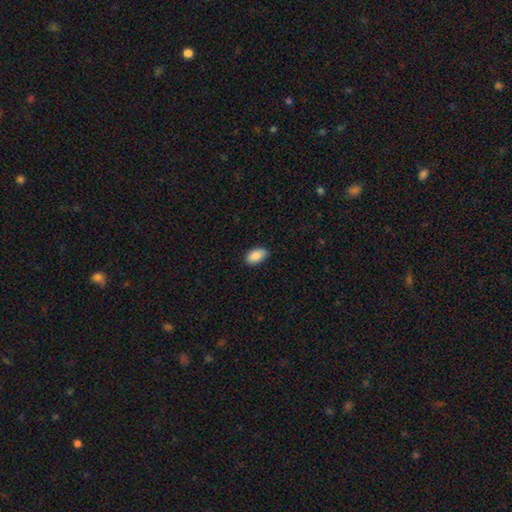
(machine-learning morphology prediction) This appears to be a smooth galaxy with no disk features (89%) that is in between round and cigar-shaped (94%). Merging: none (85%).